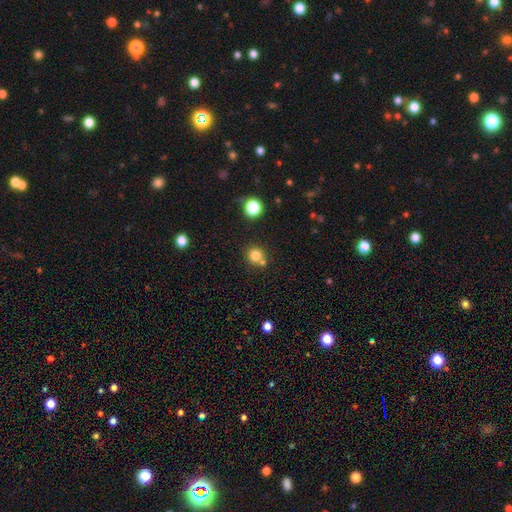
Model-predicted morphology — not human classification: This is likely a smooth galaxy (79%). How rounded: clearly round (90%). Merging: likely none (65%).